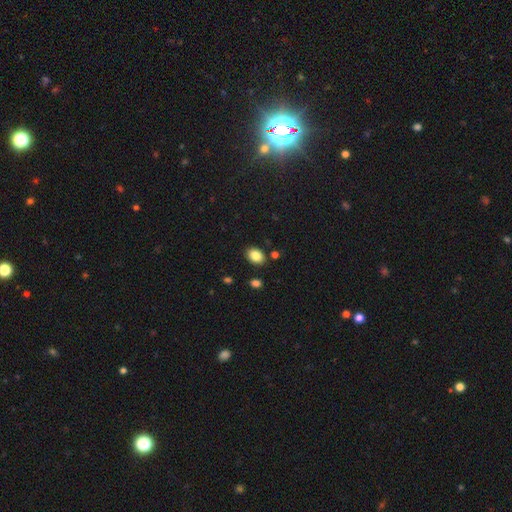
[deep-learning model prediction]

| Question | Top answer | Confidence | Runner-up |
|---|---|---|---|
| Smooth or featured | smooth | 86% | star or artifact (9%) |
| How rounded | in between | 78% | round (21%) |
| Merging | none | 85% | minor disturbance (9%) |